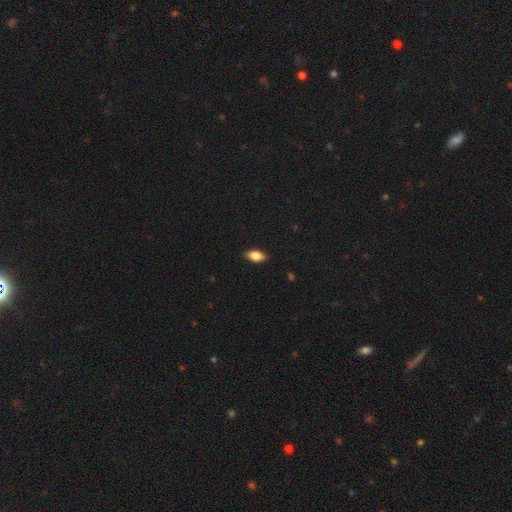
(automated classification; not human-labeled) Smooth or featured? smooth (82%)
How rounded? in between (90%)
Merging? none (88%)